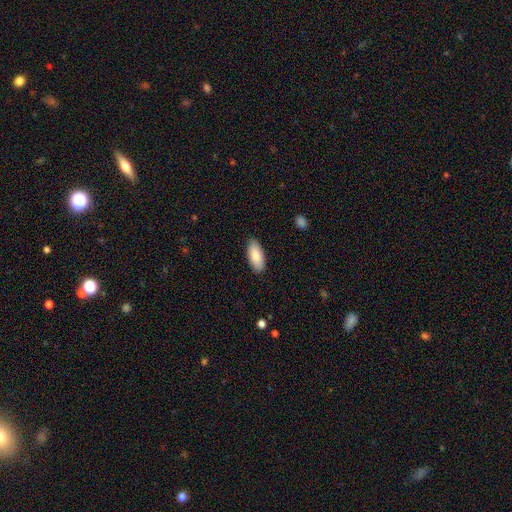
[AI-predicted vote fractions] smooth 88%, featured or disk 7%, star or artifact 6%. Down the decision tree: how rounded — in between (86%); merging — none (88%).